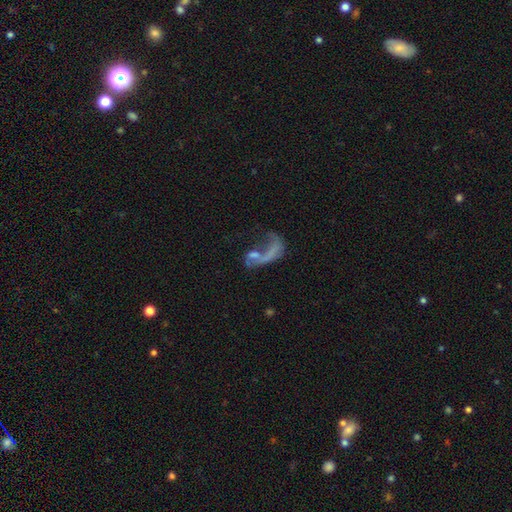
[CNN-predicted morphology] A featured or disk galaxy (53%). Merging: major disturbance (41%).